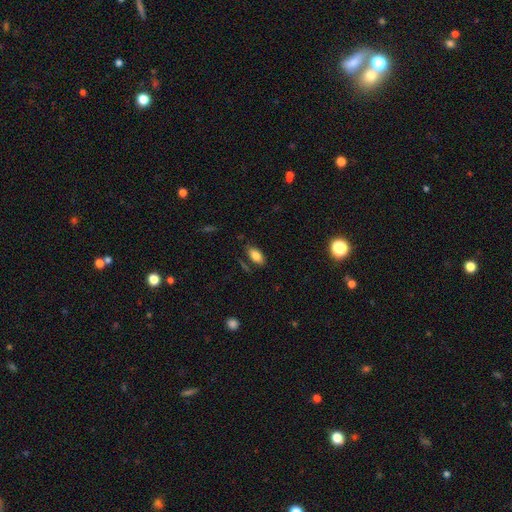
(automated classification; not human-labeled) Smooth or featured? Predicted: smooth (p=0.82). How rounded? Predicted: in between (p=0.91). Merging? Predicted: none (p=0.80).